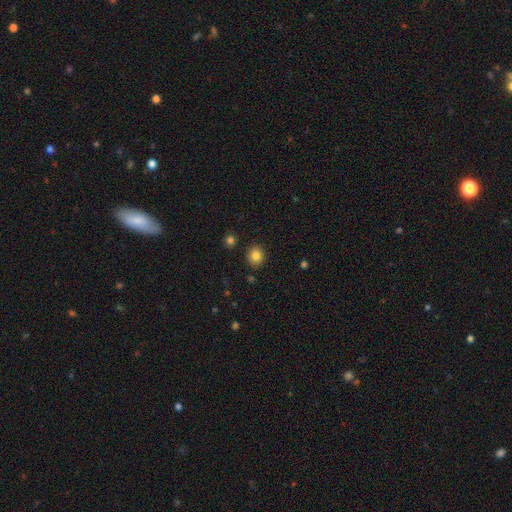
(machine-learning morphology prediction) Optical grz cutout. It shows a smooth galaxy with no disk features (84%) that is round (77%). Merging: none (89%).